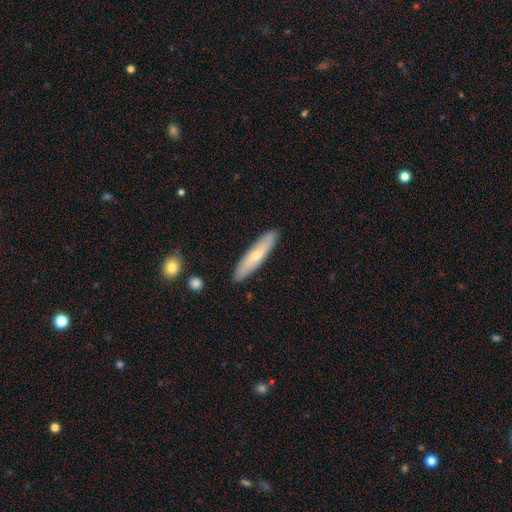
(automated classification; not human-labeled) This is possibly a smooth galaxy (58%). How rounded: clearly cigar-shaped (85%). Merging: clearly none (89%).